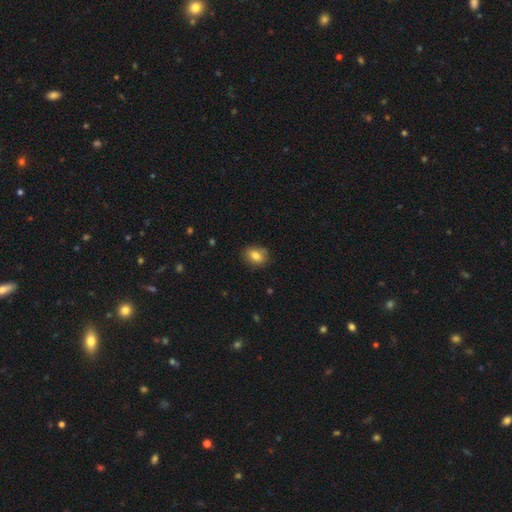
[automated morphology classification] Smooth or featured?
  - smooth: 78% *
  - featured or disk: 13%
  - star or artifact: 9%
How rounded?
  - in between: 65% *
  - round: 33%
  - cigar-shaped: 1%
Merging?
  - none: 80% *
  - minor disturbance: 16%
  - major disturbance: 3%
  - merger: 1%